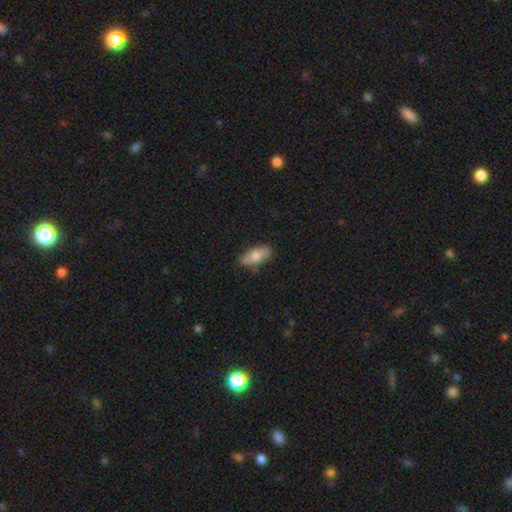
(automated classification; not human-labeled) The model was most divided on "smooth or featured": smooth: 68%, featured or disk: 25%, star or artifact: 6%. More confident: how rounded — in between (79%); merging — none (76%).